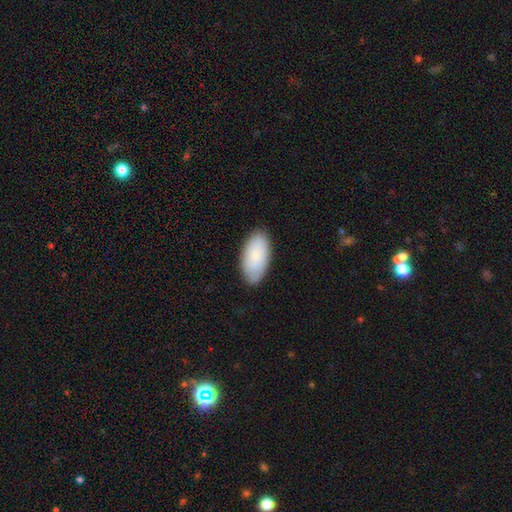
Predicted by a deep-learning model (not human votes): smooth 83%, featured or disk 11%, star or artifact 6%. Down the decision tree: how rounded — in between (95%); merging — none (84%).